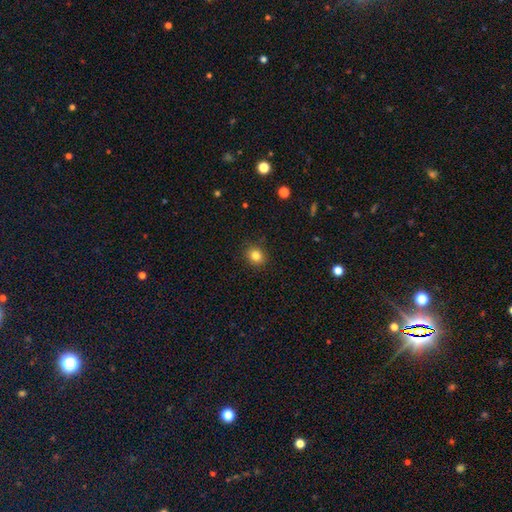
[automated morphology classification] This is clearly a smooth galaxy (82%). How rounded: likely round (72%). Merging: clearly none (89%).